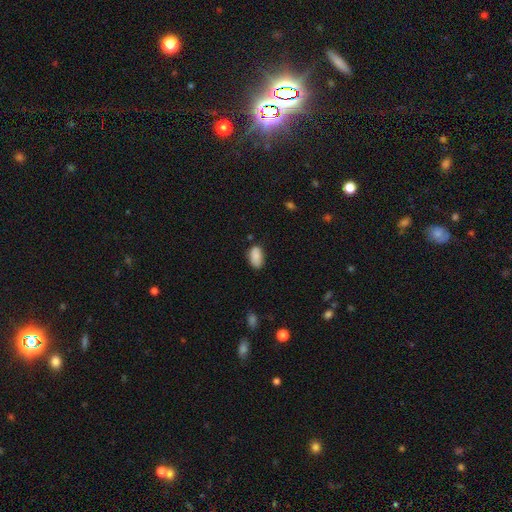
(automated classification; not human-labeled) Smooth or featured: smooth — 88% (star or artifact — 7%)
How rounded: in between — 93% (round — 4%)
Merging: none — 75% (minor disturbance — 20%)